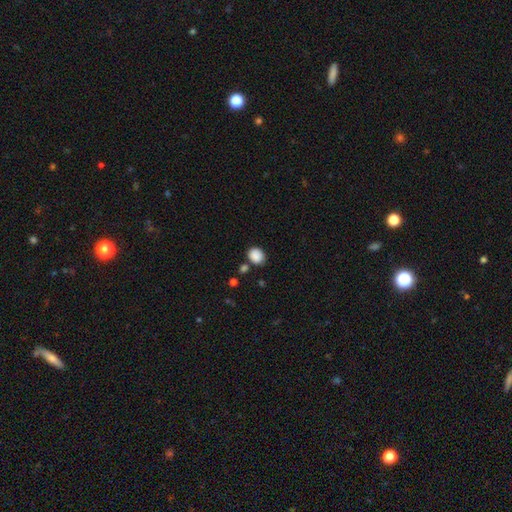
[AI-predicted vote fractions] Morphology: type=smooth (88%); roundness=round (58%); merging=none (73%).